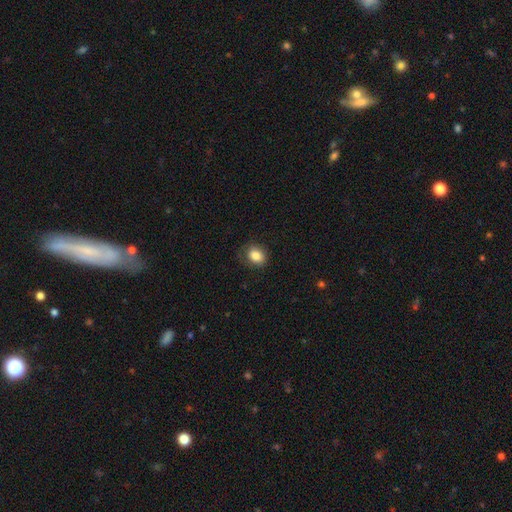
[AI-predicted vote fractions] smooth_or_featured: smooth (p=0.83) [alt: star or artifact p=0.09]
how_rounded: round (p=0.50) [alt: in between p=0.49]
merging: none (p=0.76) [alt: minor disturbance p=0.18]